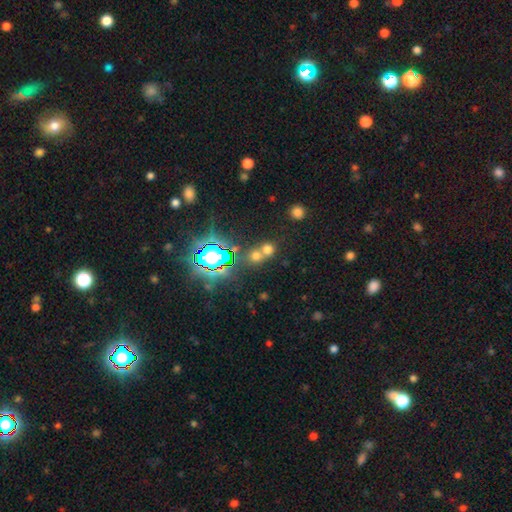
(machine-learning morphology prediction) This appears to be a smooth galaxy with no disk features (56%) that is round (81%). Merging: merger (48%).